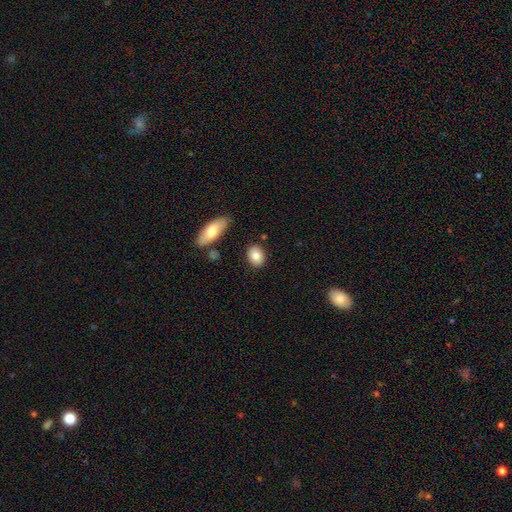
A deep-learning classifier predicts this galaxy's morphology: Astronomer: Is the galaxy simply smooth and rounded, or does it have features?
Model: smooth — 83%.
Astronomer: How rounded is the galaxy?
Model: in between — 67%.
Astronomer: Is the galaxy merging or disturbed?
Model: none — 85%.